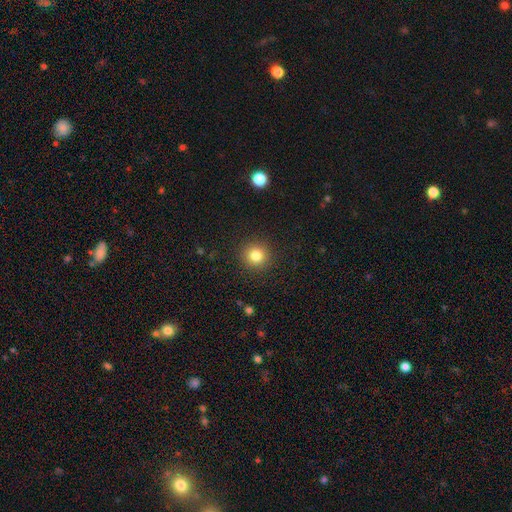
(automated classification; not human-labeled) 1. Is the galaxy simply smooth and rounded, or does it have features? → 83% smooth, 11% star or artifact, 6% featured or disk.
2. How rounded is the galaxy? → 93% round, 6% in between, 1% cigar-shaped.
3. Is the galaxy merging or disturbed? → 91% none, 6% minor disturbance, 2% major disturbance, 1% merger.